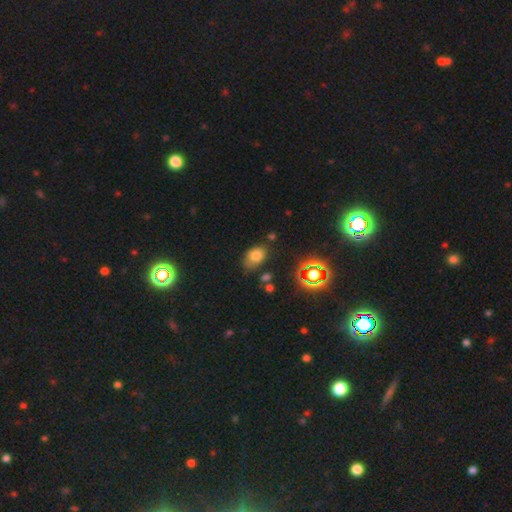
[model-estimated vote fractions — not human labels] smooth 73%, star or artifact 16%, featured or disk 11%. Down the decision tree: how rounded — in between (80%); merging — none (69%).